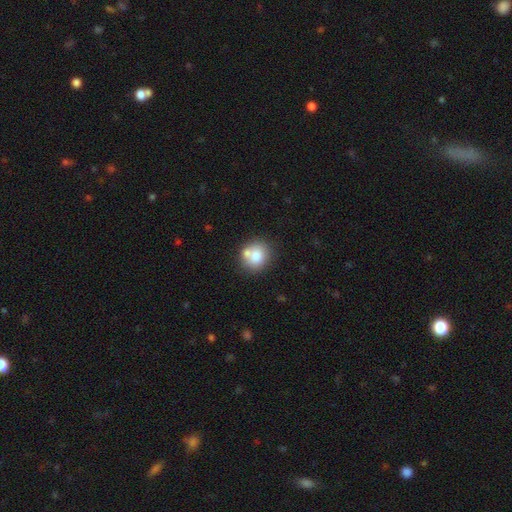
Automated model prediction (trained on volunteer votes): A smooth galaxy with no disk features (76%) that is round (77%).

Vote fractions:
- Smooth or featured? smooth: 76% / featured or disk: 15% / star or artifact: 9%
- How rounded? round: 77% / in between: 22% / cigar-shaped: 1%
- Merging? none: 59% / merger: 24% / minor disturbance: 13% / major disturbance: 4%